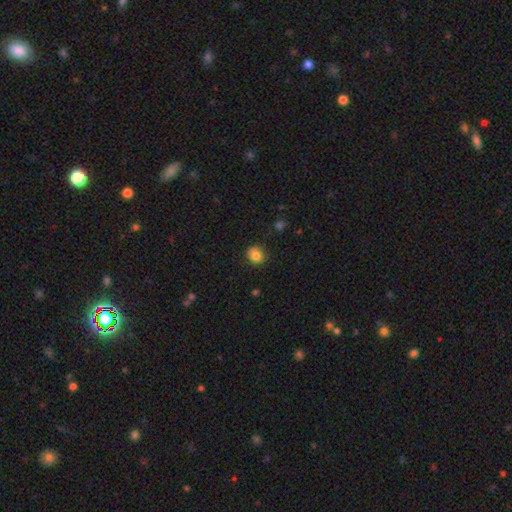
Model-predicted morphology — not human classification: smooth 82%, star or artifact 11%, featured or disk 7%. Down the decision tree: how rounded — round (74%); merging — none (74%).